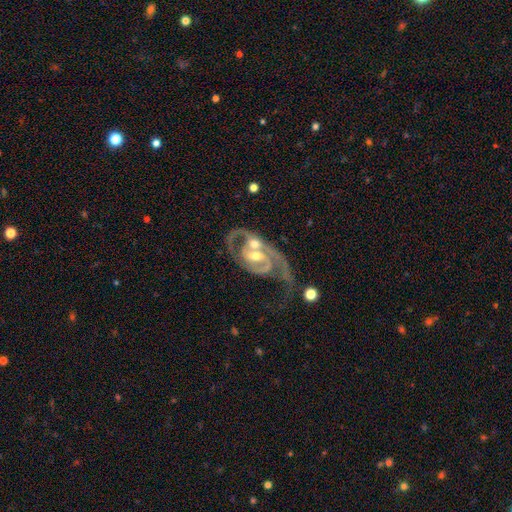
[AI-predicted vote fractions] featured or disk 88%, smooth 7%, star or artifact 5%. Down the decision tree: edge-on disk — no (97%); bar — weak (43%); spiral arms — yes (93%); spiral arm count — 2 (73%); spiral winding — medium (45%); bulge size — moderate (64%); merging — merger (45%).